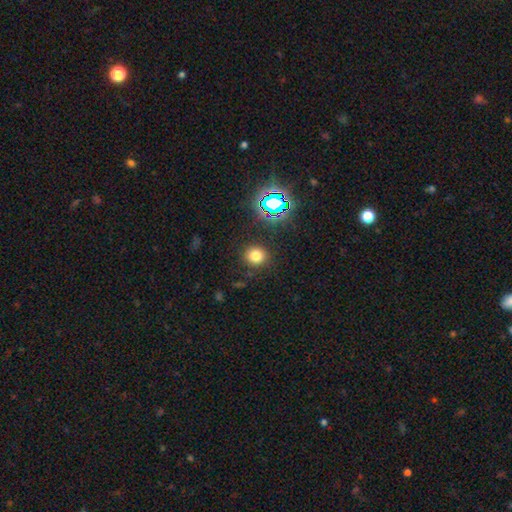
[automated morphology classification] Overall: smooth (72%). How rounded: round (84%). Merging: none (86%).